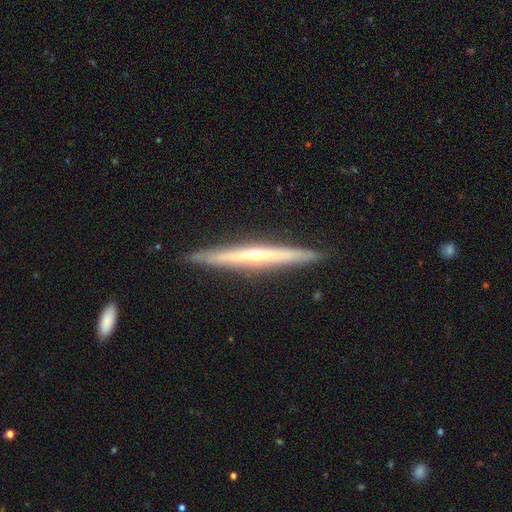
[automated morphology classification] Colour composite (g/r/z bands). It shows a featured or disk galaxy (79%) viewed edge-on (97%) with a rounded central bulge (81%). Merging: none (91%).